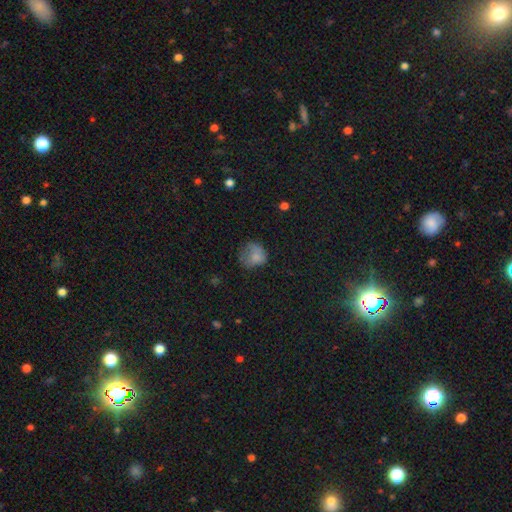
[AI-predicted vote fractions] This is likely a smooth galaxy (74%). How rounded: likely round (70%). Merging: marginally none (44%).